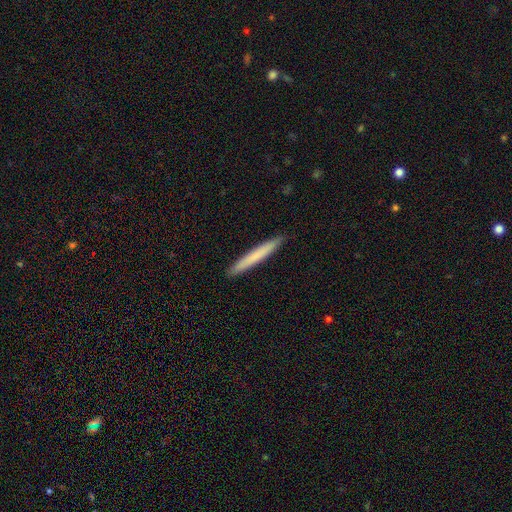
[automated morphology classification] Smooth or featured?
  - smooth: 72% *
  - featured or disk: 23%
  - star or artifact: 5%
How rounded?
  - cigar-shaped: 97% *
  - in between: 2%
  - round: 1%
Merging?
  - none: 92% *
  - minor disturbance: 5%
  - major disturbance: 1%
  - merger: 1%